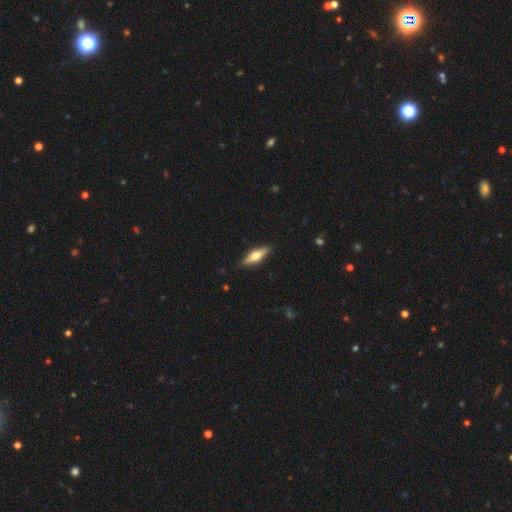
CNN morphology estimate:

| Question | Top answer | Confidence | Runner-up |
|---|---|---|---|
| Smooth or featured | featured or disk | 48% | smooth (47%) |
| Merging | none | 89% | minor disturbance (8%) |